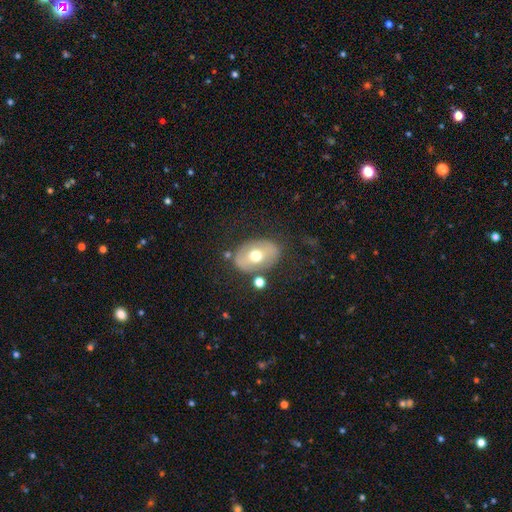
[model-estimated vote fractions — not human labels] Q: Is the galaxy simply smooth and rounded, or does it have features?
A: featured or disk — 46%, tied with smooth.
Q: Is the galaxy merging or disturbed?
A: none — 74%.